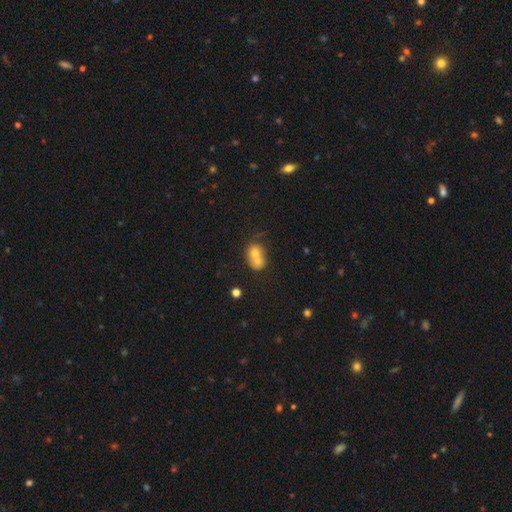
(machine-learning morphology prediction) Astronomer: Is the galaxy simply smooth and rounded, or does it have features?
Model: smooth — 66%.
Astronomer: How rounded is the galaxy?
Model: round — 57% (runner-up: in between, 42%).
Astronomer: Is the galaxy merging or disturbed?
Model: merger — 73%.